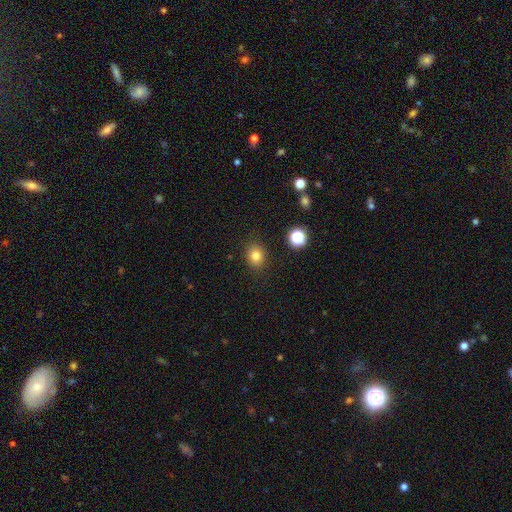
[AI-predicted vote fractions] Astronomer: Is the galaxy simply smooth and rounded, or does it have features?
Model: smooth — 81%.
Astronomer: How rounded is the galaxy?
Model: round — 65%.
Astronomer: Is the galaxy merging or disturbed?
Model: none — 87%.